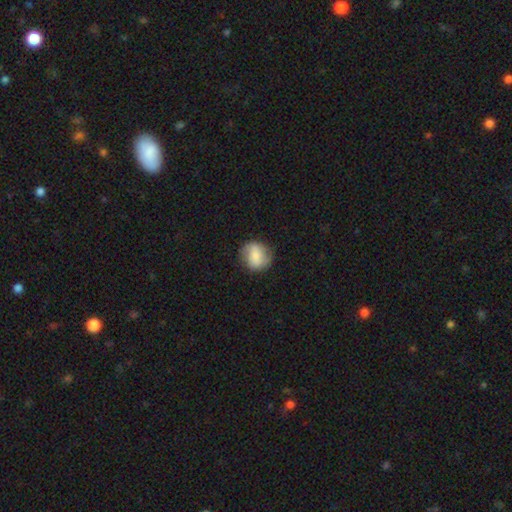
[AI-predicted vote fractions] A smooth galaxy with no disk features (62%) that is round (81%).

Vote fractions:
- Smooth or featured? smooth: 62% / featured or disk: 31% / star or artifact: 8%
- How rounded? round: 81% / in between: 17% / cigar-shaped: 1%
- Merging? none: 78% / minor disturbance: 15% / major disturbance: 5% / merger: 1%